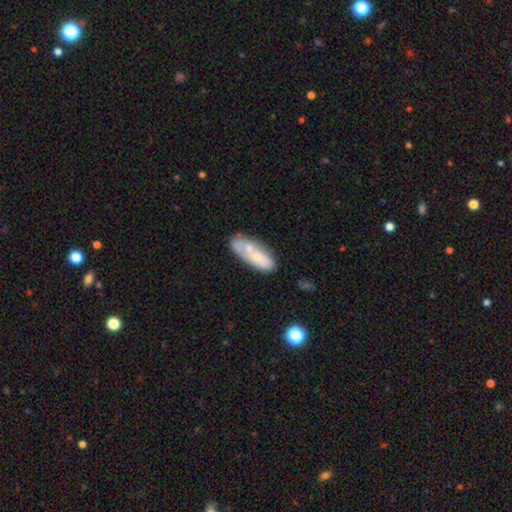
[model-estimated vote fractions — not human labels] Smooth or featured? Predicted: smooth (p=0.48). Merging? Predicted: none (p=0.49).